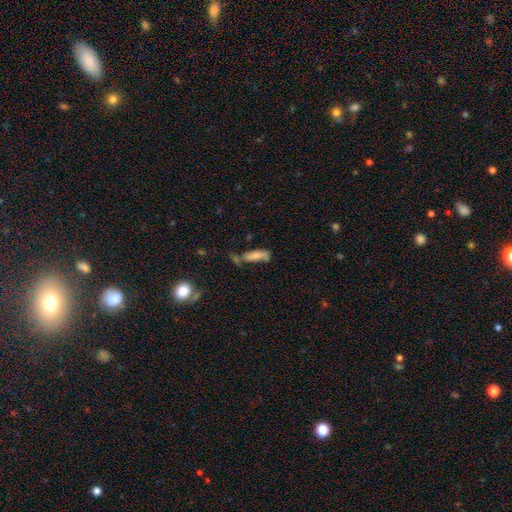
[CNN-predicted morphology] The model was most divided on "how rounded": in between: 51%, cigar-shaped: 47%, round: 2%. Remaining: smooth or featured — smooth (73%); merging — none (42%).